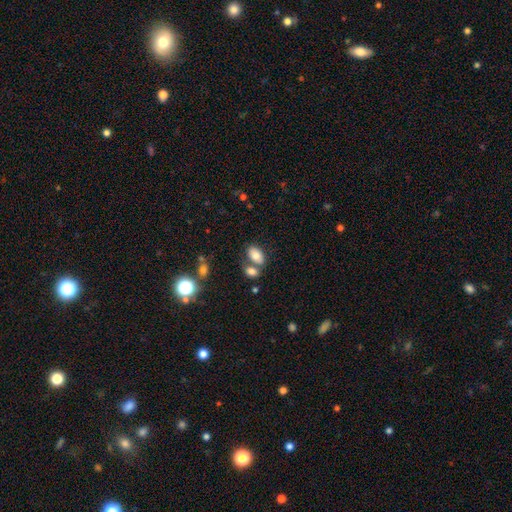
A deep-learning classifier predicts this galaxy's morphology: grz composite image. It shows a smooth galaxy with no disk features (78%) that is in between round and cigar-shaped (90%). Merging: none (54%).